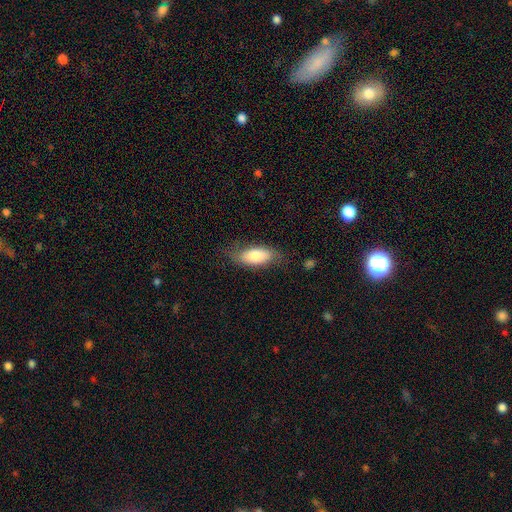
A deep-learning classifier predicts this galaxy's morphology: This is likely a smooth galaxy (75%). How rounded: clearly in between (83%). Merging: likely none (68%).